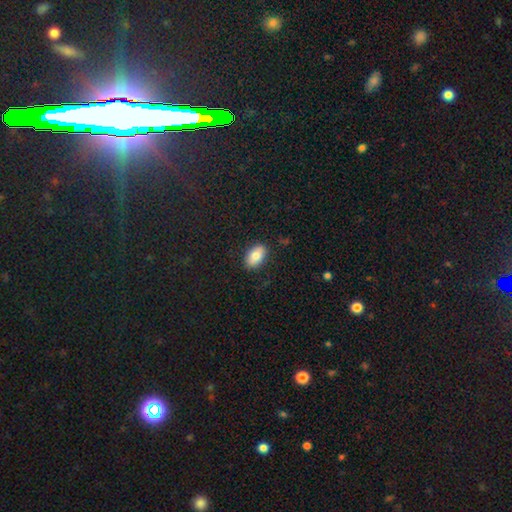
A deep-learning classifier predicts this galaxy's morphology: The model was most divided on "smooth or featured": smooth: 79%, featured or disk: 13%, star or artifact: 7%. More confident: how rounded — in between (91%); merging — none (86%).